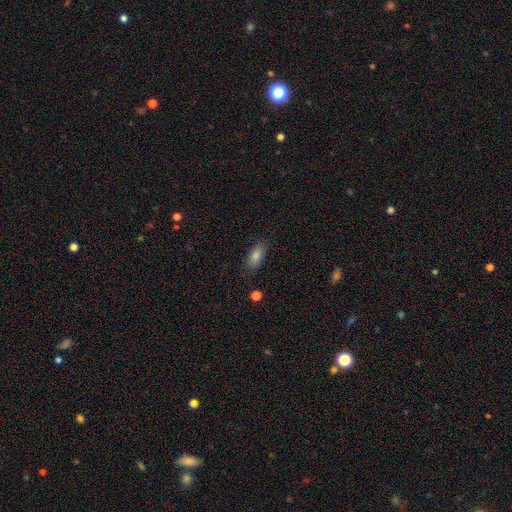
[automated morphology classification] Overall: smooth (81%). How rounded: in between (84%). Merging: none (86%).